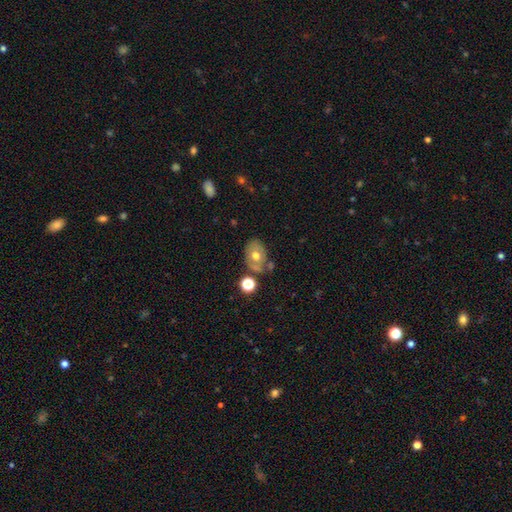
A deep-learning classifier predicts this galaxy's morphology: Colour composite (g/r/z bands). It shows a smooth galaxy with no disk features (55%) that is in between round and cigar-shaped (70%). Merging: none (56%).